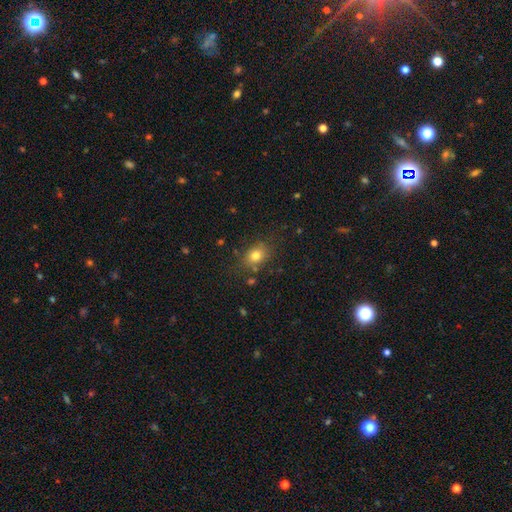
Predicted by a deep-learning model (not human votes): smooth-or-featured: smooth: 78% | star or artifact: 13% | featured or disk: 9%
  how-rounded: in between: 54% | round: 45% | cigar-shaped: 1%
  merging: none: 78% | minor disturbance: 14% | major disturbance: 4% | merger: 4%